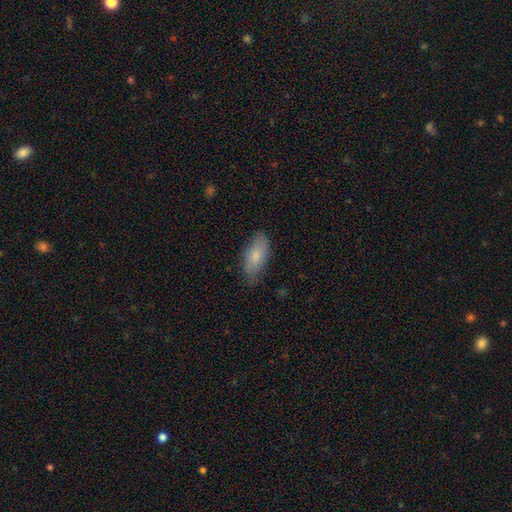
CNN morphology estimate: Smooth or featured? smooth (78%)
How rounded? in between (88%)
Merging? none (75%)